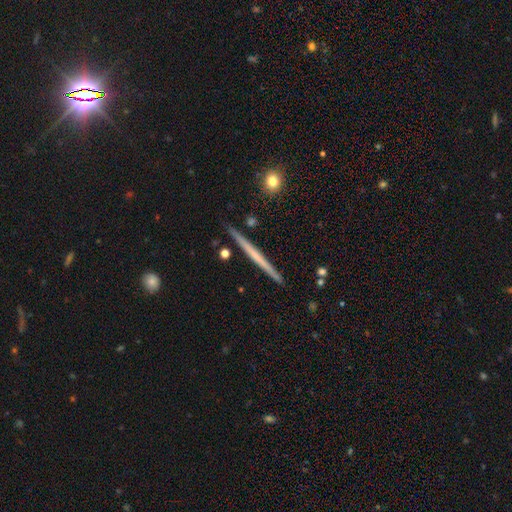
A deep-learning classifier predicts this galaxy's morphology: type=featured or disk (62%); edge-on=yes (98%); edge-on bulge=none (83%); merging=none (91%).